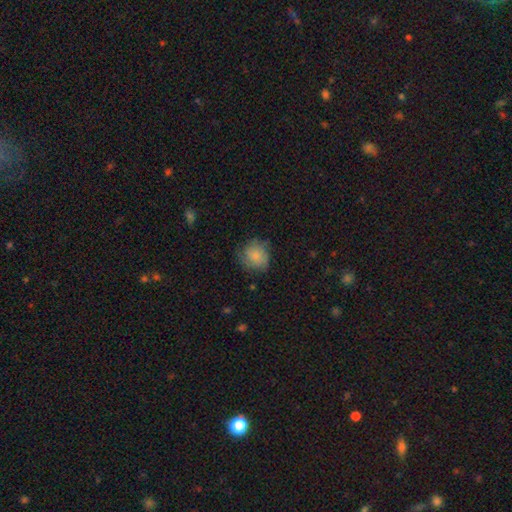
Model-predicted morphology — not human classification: Overall: smooth (79%). How rounded: round (81%). Merging: none (66%).